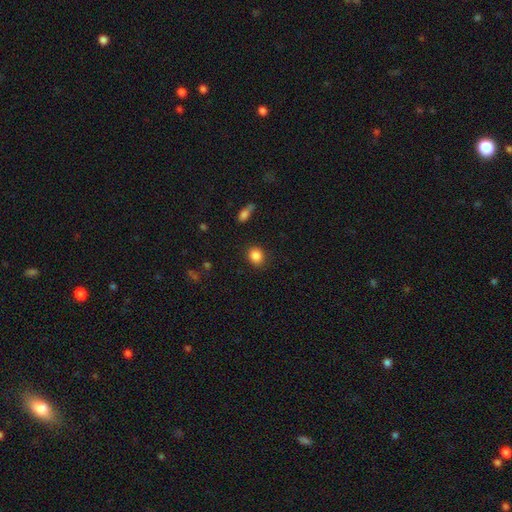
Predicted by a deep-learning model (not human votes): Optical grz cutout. It shows a smooth galaxy with no disk features (86%) that is round (69%). Merging: none (88%).